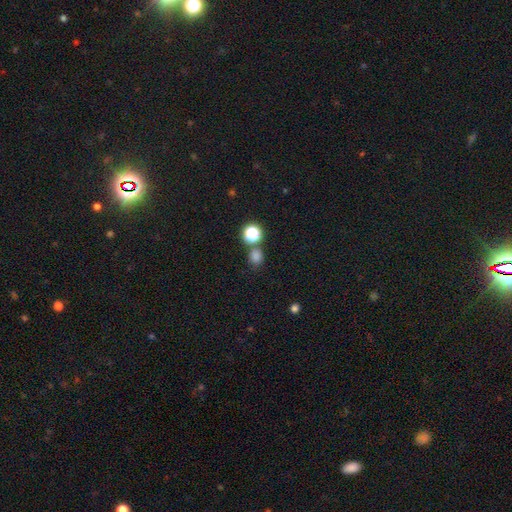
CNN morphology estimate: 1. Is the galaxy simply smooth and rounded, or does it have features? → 76% smooth, 20% star or artifact, 4% featured or disk.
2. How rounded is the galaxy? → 79% round, 20% in between, 1% cigar-shaped.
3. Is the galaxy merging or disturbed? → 70% none, 16% merger, 10% minor disturbance, 4% major disturbance.